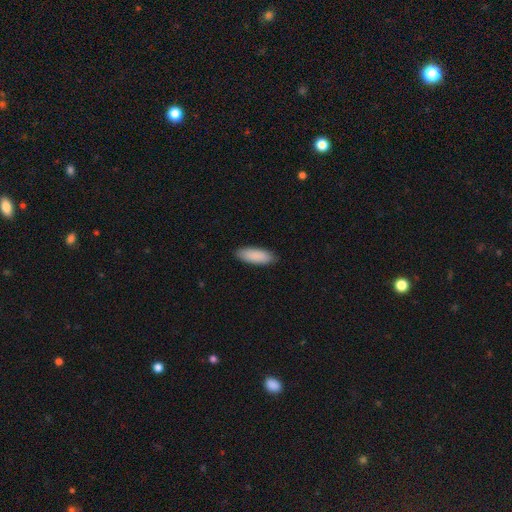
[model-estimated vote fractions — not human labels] Smooth or featured? Predicted: smooth (p=0.90). How rounded? Predicted: in between (p=0.69). Merging? Predicted: none (p=0.88).